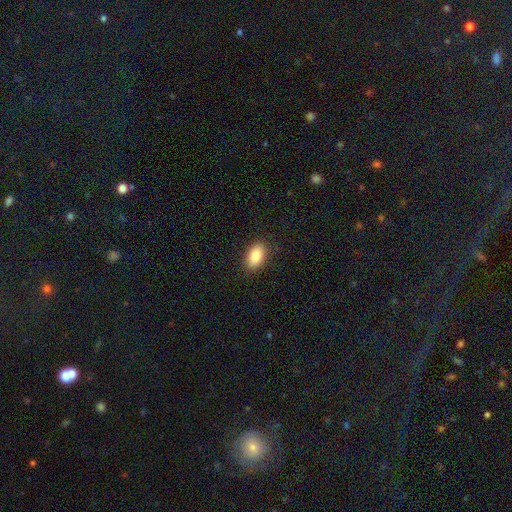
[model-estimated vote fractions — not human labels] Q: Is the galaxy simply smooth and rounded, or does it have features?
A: smooth — 85%.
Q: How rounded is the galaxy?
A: in between — 91%.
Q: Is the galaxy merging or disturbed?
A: none — 89%.